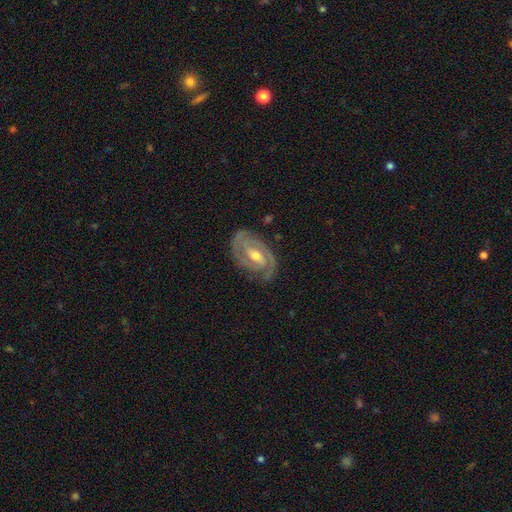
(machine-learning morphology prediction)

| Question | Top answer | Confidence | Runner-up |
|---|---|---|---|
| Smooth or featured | featured or disk | 91% | smooth (5%) |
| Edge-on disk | no | 97% | yes (3%) |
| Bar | weak | 46% | strong (32%) |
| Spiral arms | yes | 98% | no (2%) |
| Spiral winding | tight | 68% | medium (28%) |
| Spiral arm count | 2 | 87% | 3 (5%) |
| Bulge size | moderate | 62% | small (34%) |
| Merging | none | 82% | minor disturbance (13%) |